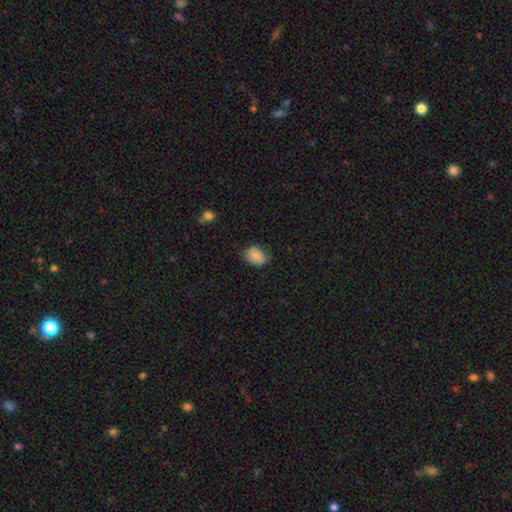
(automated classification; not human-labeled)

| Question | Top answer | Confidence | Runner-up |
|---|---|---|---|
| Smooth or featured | smooth | 82% | featured or disk (10%) |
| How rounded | in between | 66% | round (33%) |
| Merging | none | 70% | minor disturbance (24%) |